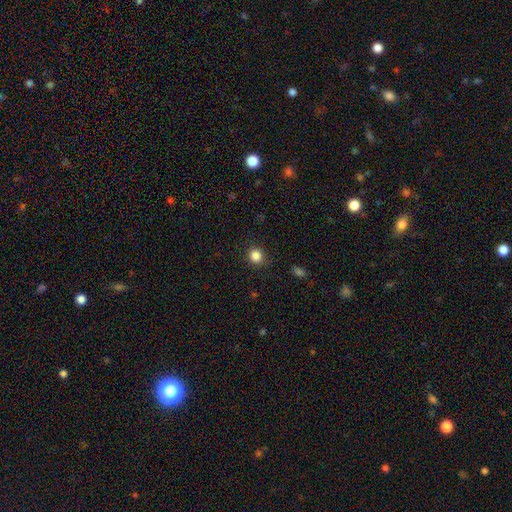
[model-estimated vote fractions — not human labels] Smooth or featured: smooth — 85% (star or artifact — 11%)
How rounded: round — 85% (in between — 15%)
Merging: none — 85% (minor disturbance — 11%)